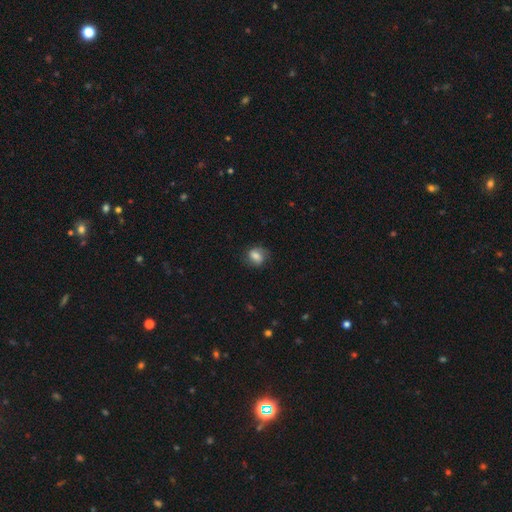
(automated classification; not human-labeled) smooth 72%, featured or disk 19%, star or artifact 9%. Down the decision tree: how rounded — in between (60%); merging — none (71%).